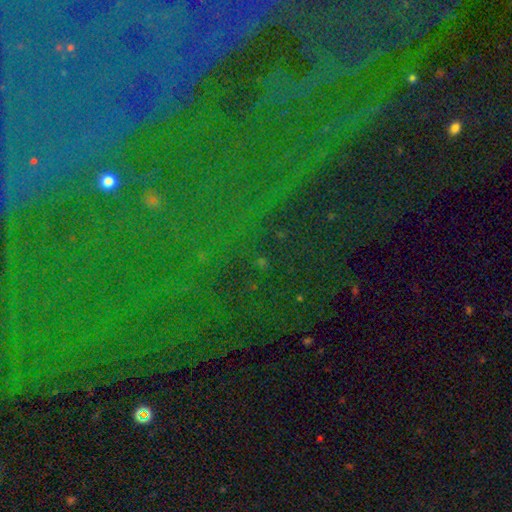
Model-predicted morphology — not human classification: The model was most divided on "smooth or featured": star or artifact: 79%, featured or disk: 11%, smooth: 10%.